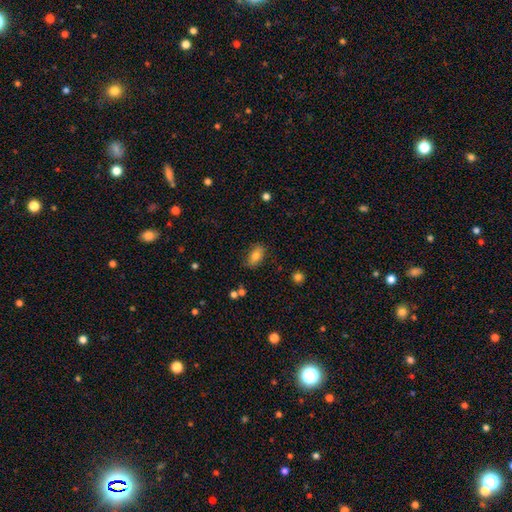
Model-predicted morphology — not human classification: The model was most divided on "smooth or featured": smooth: 78%, featured or disk: 13%, star or artifact: 9%. More confident: how rounded — in between (89%); merging — none (80%).